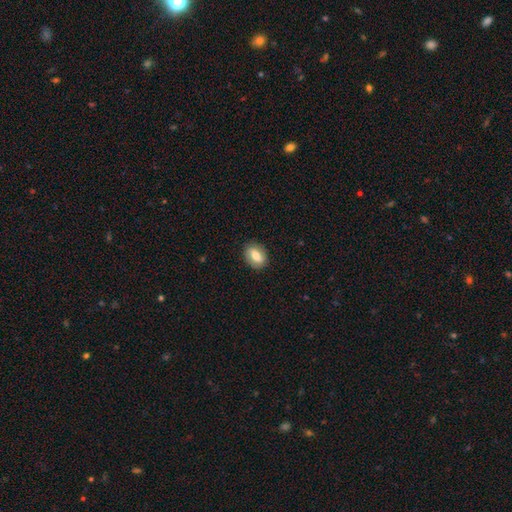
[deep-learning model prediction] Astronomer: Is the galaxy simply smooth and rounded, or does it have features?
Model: smooth — 67%.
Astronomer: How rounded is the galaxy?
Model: in between — 72%.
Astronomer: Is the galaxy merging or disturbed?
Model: none — 87%.